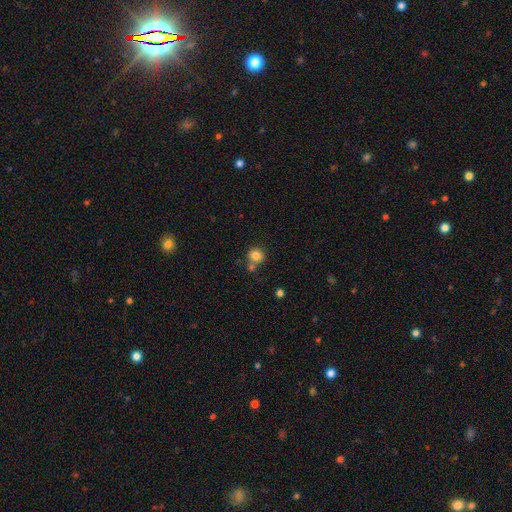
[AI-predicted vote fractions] This is clearly a smooth galaxy (82%). How rounded: clearly round (82%). Merging: likely none (60%).